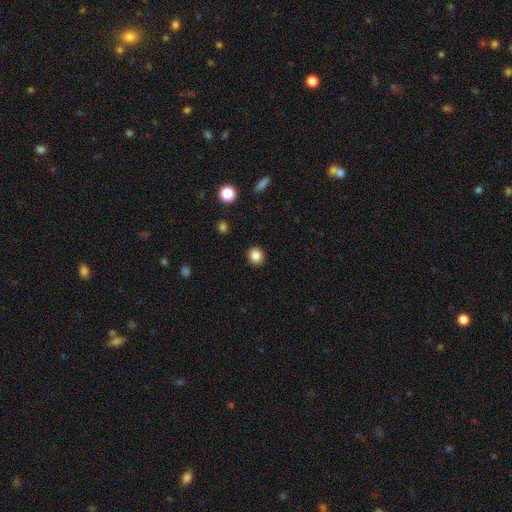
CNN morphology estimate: Smooth or featured?
  - smooth: 85% *
  - star or artifact: 10%
  - featured or disk: 4%
How rounded?
  - round: 79% *
  - in between: 20%
  - cigar-shaped: 1%
Merging?
  - none: 90% *
  - minor disturbance: 6%
  - major disturbance: 2%
  - merger: 1%